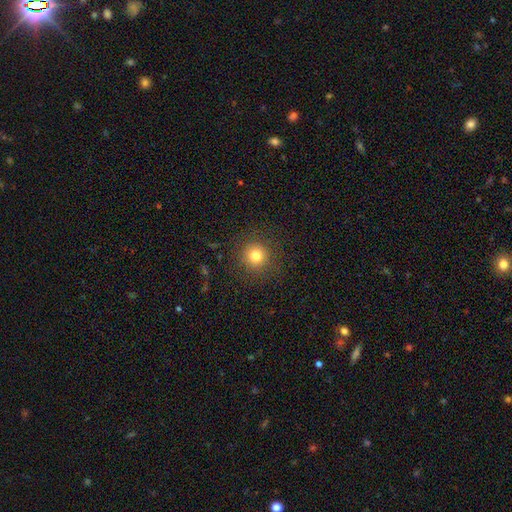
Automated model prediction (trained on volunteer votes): Morphology: type=smooth (80%); roundness=round (95%); merging=none (89%).